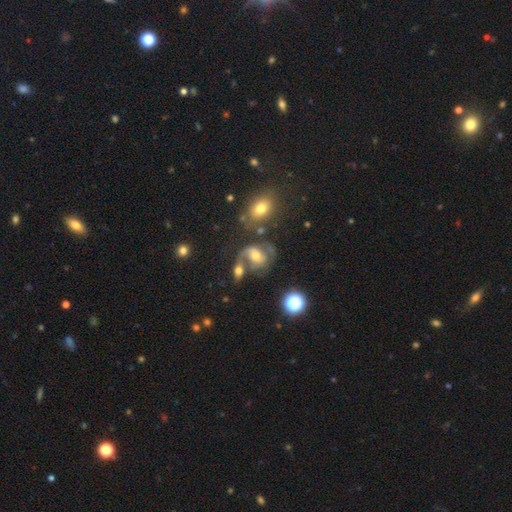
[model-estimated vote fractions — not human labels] Overall: featured or disk (68%). Edge-on disk: no (97%). Bar: no (48%; weak 37%). Spiral arms: yes (85%). Spiral arm count: 2 (74%). Spiral winding: medium (49%; loose 30%). Bulge size: moderate (62%; small 25%). Merging: none (38%; merger 32%).